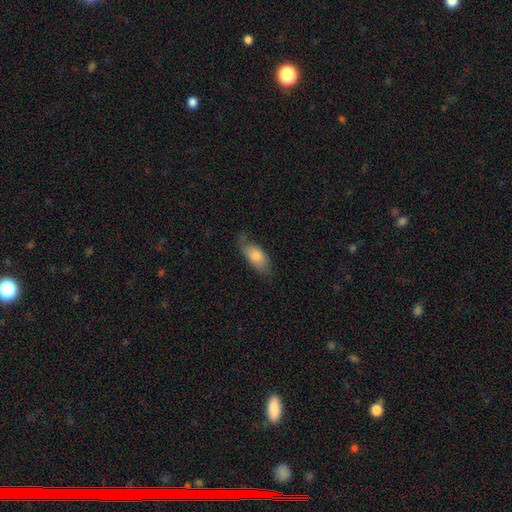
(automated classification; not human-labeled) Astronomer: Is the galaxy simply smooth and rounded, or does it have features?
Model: smooth — 75%.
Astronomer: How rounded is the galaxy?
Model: in between — 86%.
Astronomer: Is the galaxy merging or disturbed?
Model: none — 57%.